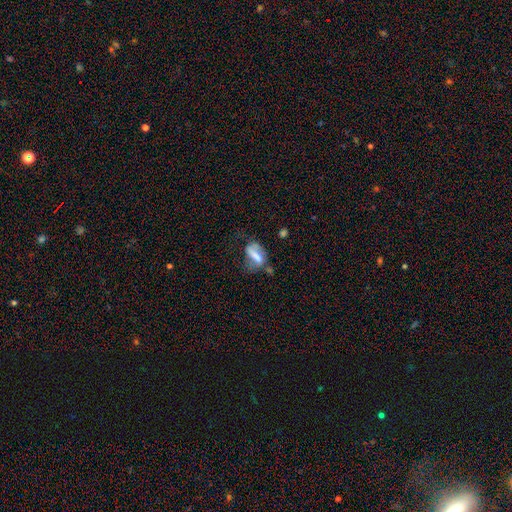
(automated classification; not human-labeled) smooth 52%, featured or disk 38%, star or artifact 11%. Down the decision tree: how rounded — in between (75%); merging — major disturbance (32%).